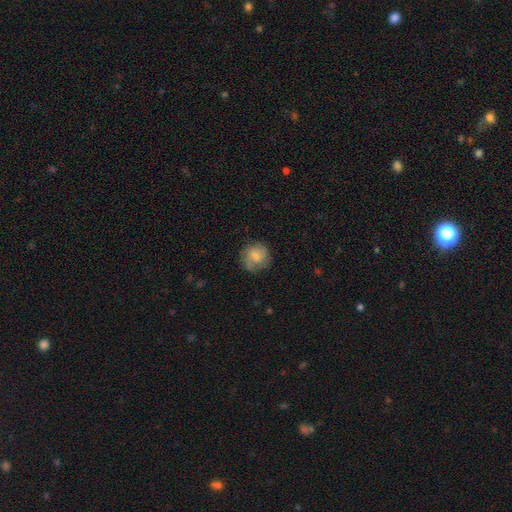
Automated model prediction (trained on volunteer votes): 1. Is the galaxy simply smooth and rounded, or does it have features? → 69% smooth, 23% featured or disk, 8% star or artifact.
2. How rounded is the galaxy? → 86% round, 13% in between, 1% cigar-shaped.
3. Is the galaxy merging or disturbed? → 71% none, 20% minor disturbance, 7% major disturbance, 2% merger.